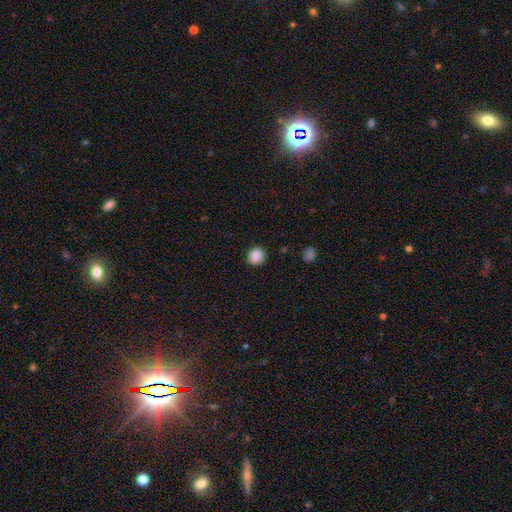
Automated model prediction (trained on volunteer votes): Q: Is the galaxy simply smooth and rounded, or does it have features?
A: smooth — 86%.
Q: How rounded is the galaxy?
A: round — 78%.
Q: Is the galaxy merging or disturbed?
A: none — 84%.